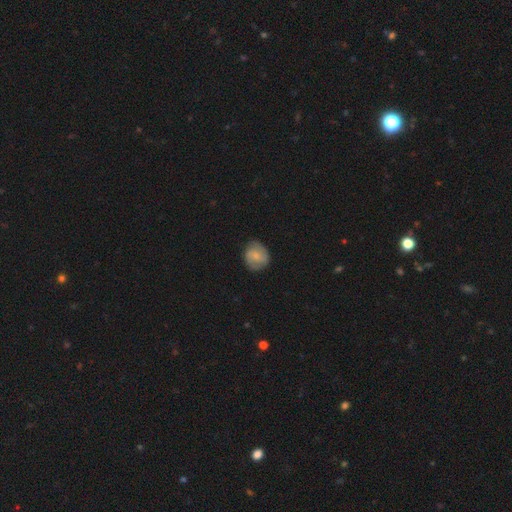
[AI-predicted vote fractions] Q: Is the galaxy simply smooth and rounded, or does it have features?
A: smooth — 51%.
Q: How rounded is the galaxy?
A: round — 70%.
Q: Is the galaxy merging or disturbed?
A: none — 79%.